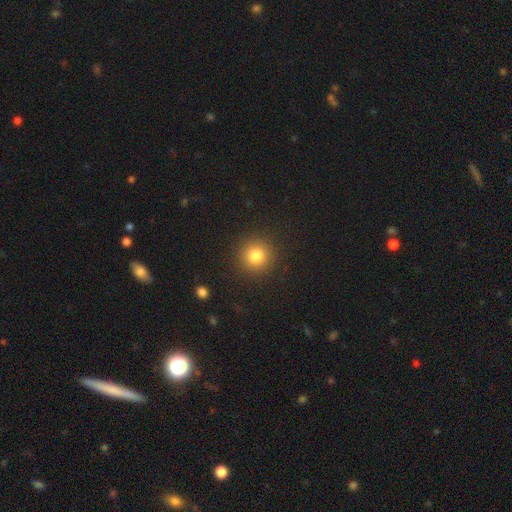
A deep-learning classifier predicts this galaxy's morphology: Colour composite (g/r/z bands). It shows a smooth galaxy with no disk features (81%) that is round (94%). Merging: none (90%).